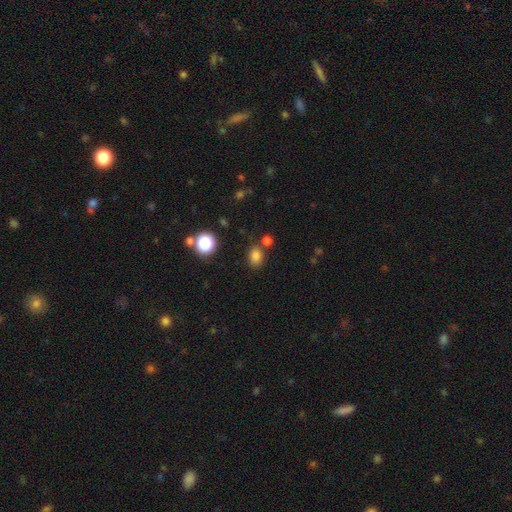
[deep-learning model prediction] Smooth or featured: smooth — 80% (star or artifact — 15%)
How rounded: in between — 62% (round — 37%)
Merging: none — 73% (minor disturbance — 12%)